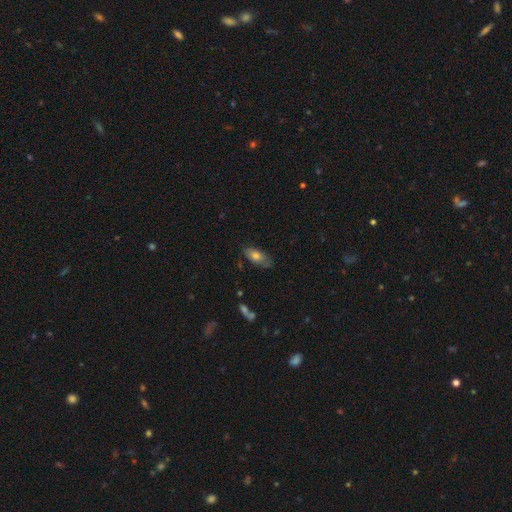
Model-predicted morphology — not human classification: This is likely a smooth galaxy (69%). How rounded: clearly in between (87%). Merging: likely none (69%).